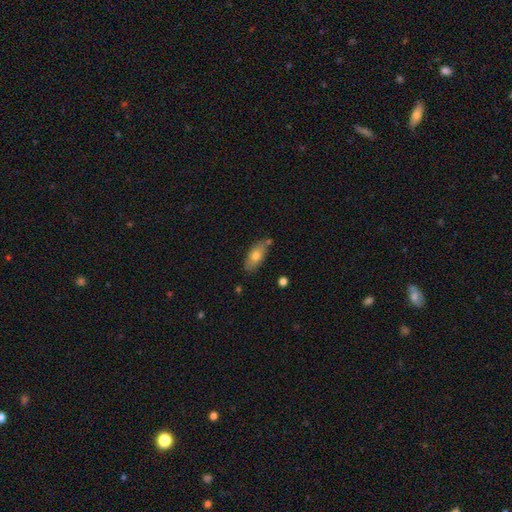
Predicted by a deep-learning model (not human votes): Morphology: type=smooth (72%); roundness=in between (87%); merging=none (76%).